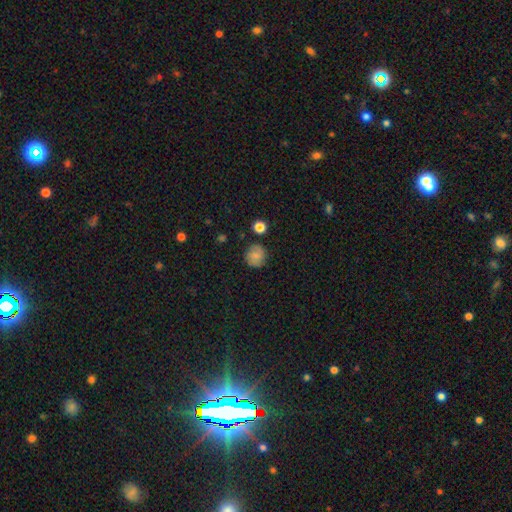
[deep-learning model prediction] Smooth or featured? smooth (80%)
How rounded? round (90%)
Merging? none (83%)